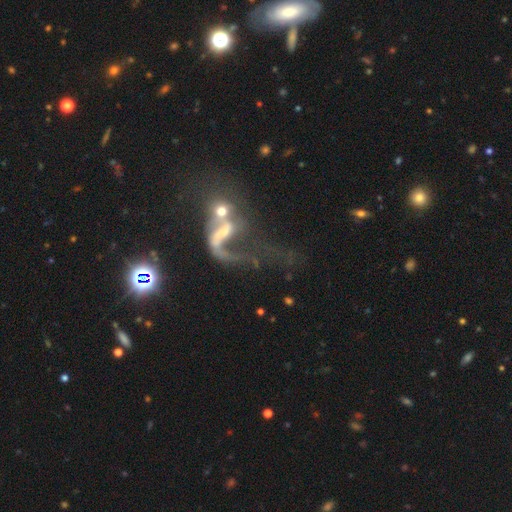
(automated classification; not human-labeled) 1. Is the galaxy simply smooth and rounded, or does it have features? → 64% featured or disk, 19% smooth, 16% star or artifact.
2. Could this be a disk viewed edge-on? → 92% no, 8% yes.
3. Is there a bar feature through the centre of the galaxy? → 56% no, 30% weak, 15% strong.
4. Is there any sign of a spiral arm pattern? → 62% yes, 38% no.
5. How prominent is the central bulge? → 40% small, 34% moderate, 17% none, 6% large, 3% dominant.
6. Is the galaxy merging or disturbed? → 51% merger, 27% major disturbance, 14% none, 7% minor disturbance.